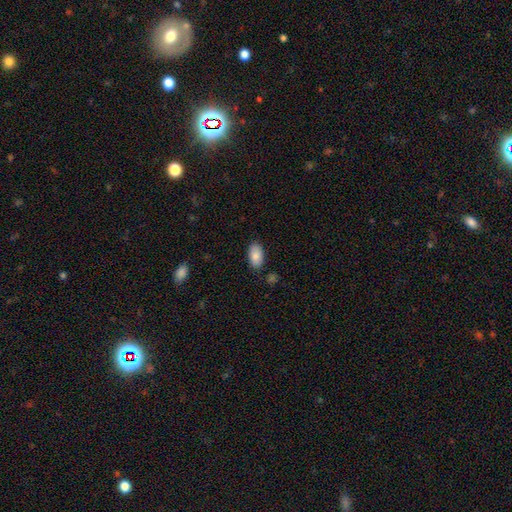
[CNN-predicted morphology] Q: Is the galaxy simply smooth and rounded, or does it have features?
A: smooth — 87%.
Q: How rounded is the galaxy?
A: in between — 94%.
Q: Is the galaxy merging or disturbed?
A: none — 84%.